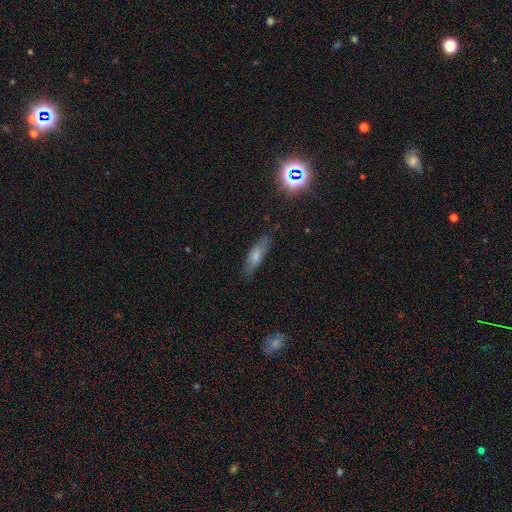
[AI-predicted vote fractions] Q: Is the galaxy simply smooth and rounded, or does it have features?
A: smooth — 65%.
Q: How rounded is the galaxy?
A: cigar-shaped — 58%.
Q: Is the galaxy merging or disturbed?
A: none — 80%.